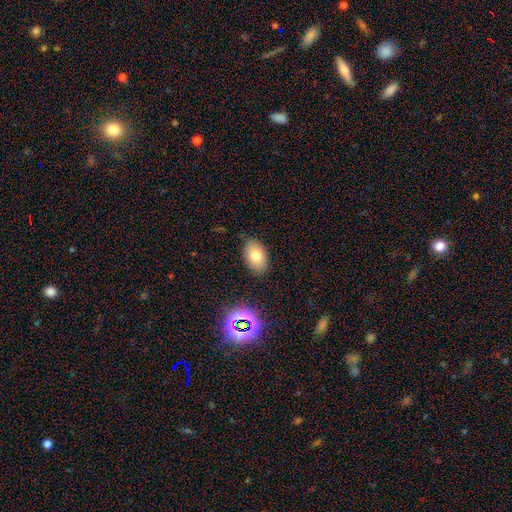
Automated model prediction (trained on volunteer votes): Smooth or featured: smooth — 77% (featured or disk — 12%)
How rounded: in between — 89% (round — 9%)
Merging: none — 86% (minor disturbance — 10%)